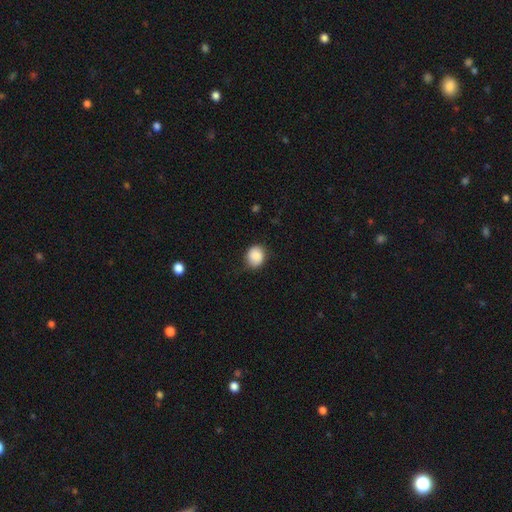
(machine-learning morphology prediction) Smooth or featured?
  - smooth: 88% *
  - star or artifact: 8%
  - featured or disk: 4%
How rounded?
  - round: 67% *
  - in between: 32%
  - cigar-shaped: 1%
Merging?
  - none: 76% *
  - minor disturbance: 19%
  - major disturbance: 4%
  - merger: 1%